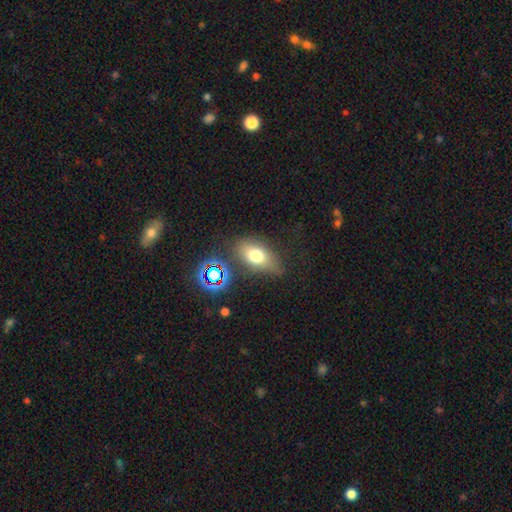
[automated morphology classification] smooth-or-featured: smooth: 67% | featured or disk: 17% | star or artifact: 16%
  how-rounded: in between: 80% | round: 14% | cigar-shaped: 5%
  merging: none: 70% | minor disturbance: 18% | major disturbance: 6% | merger: 5%